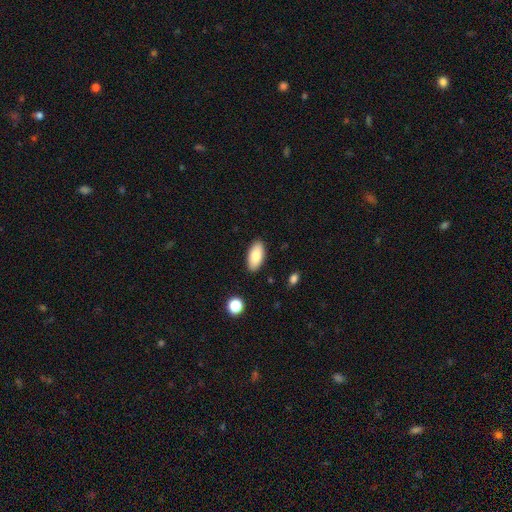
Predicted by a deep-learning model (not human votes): smooth-or-featured: smooth: 84% | featured or disk: 9% | star or artifact: 7%
  how-rounded: in between: 92% | cigar-shaped: 6% | round: 2%
  merging: none: 88% | minor disturbance: 8% | major disturbance: 2% | merger: 1%